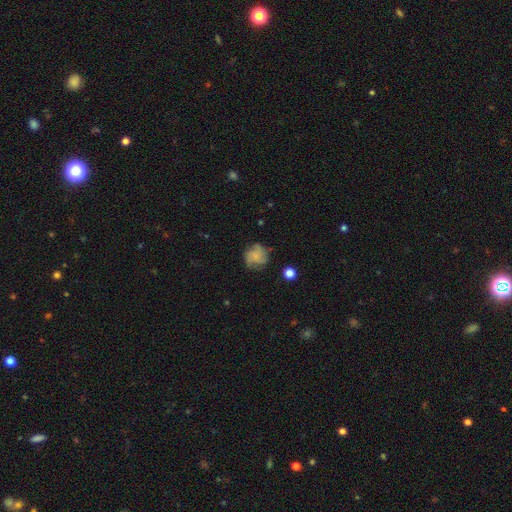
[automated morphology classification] type=featured or disk (46%); merging=none (69%).